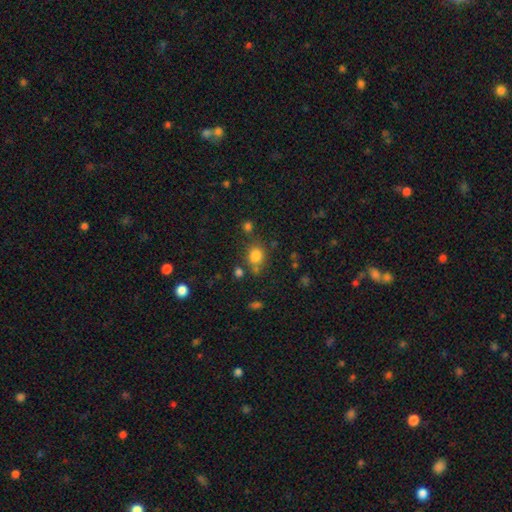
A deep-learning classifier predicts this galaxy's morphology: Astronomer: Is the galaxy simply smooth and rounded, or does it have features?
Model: smooth — 80%.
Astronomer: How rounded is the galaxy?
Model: round — 66%.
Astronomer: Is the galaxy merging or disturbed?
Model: none — 67%.